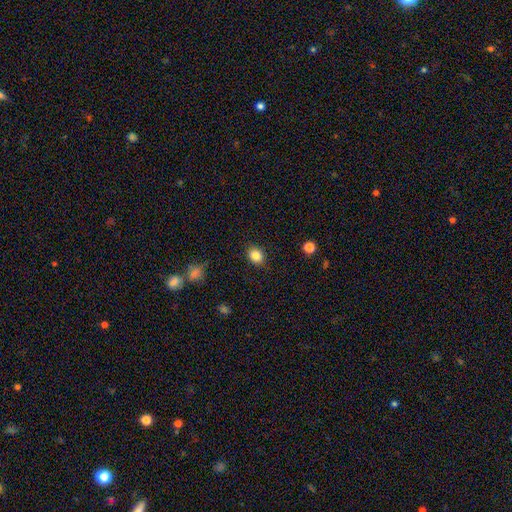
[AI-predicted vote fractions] Smooth or featured? smooth (84%)
How rounded? round (53%)
Merging? none (88%)